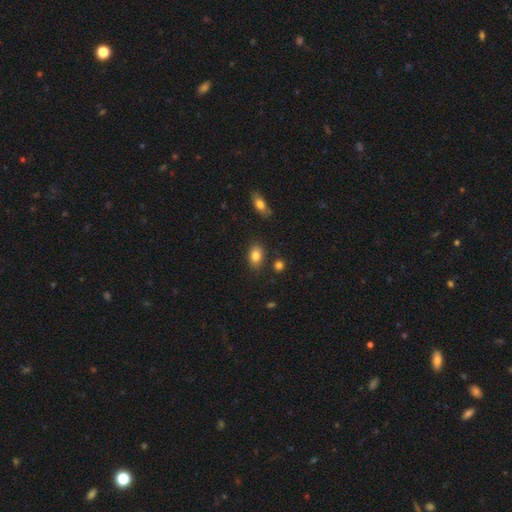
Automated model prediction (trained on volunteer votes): The model was most divided on "how rounded": in between: 81%, round: 17%, cigar-shaped: 2%. More confident: smooth or featured — smooth (83%); merging — none (82%).